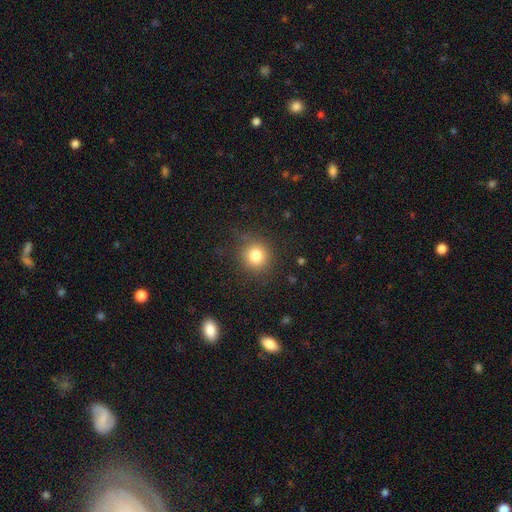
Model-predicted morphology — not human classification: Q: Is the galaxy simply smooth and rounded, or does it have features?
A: smooth — 80%.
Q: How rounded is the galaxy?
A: round — 90%.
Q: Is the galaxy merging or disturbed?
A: none — 83%.